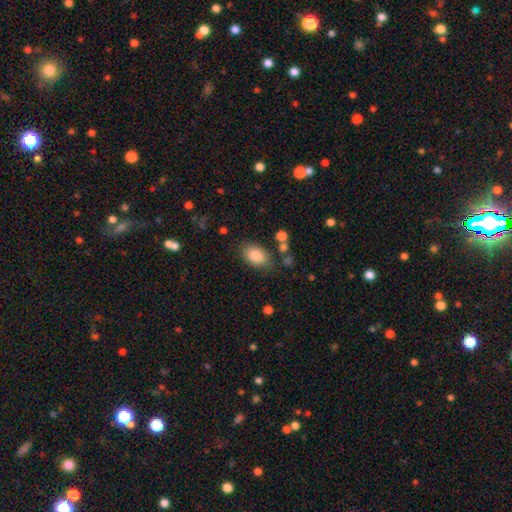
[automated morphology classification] This is clearly a smooth galaxy (85%). How rounded: clearly in between (86%). Merging: likely none (75%).